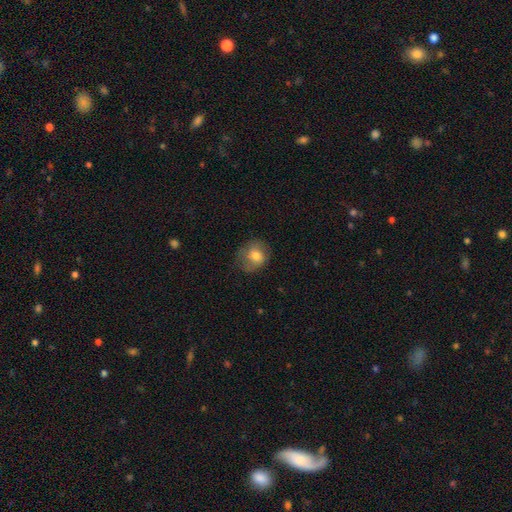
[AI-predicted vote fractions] Smooth or featured? Predicted: smooth (p=0.71). How rounded? Predicted: round (p=0.66). Merging? Predicted: none (p=0.66).